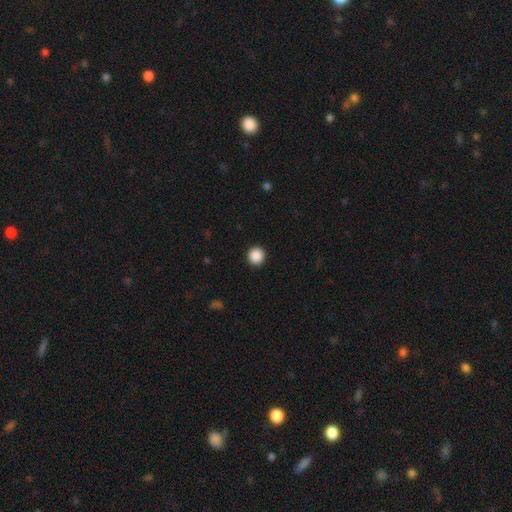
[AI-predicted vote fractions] Morphology: type=smooth (89%); roundness=round (95%); merging=none (93%).